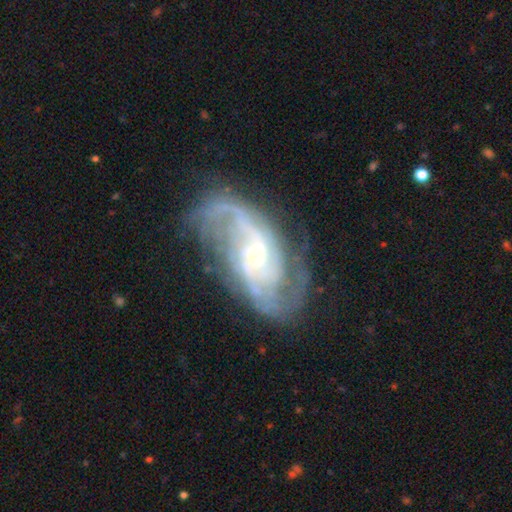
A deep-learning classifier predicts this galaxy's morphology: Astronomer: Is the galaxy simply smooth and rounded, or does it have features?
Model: featured or disk — 89%.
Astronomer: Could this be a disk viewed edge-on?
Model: no — 96%.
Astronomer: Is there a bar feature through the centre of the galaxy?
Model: no — 56% (runner-up: weak, 33%).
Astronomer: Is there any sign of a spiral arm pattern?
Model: yes — 96%.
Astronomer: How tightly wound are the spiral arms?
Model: medium — 46% (runner-up: loose, 28%).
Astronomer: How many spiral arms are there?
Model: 2 — 63%.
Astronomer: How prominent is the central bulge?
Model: small — 69%.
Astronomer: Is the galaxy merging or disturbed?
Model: none — 67%.